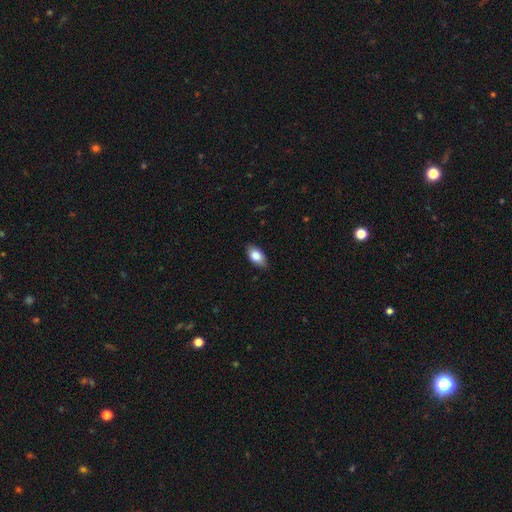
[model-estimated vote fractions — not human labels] Q: Smooth or featured?
A: smooth (83%); runner-up: featured or disk (10%)
Q: How rounded?
A: in between (92%); runner-up: round (5%)
Q: Merging?
A: none (86%); runner-up: minor disturbance (11%)